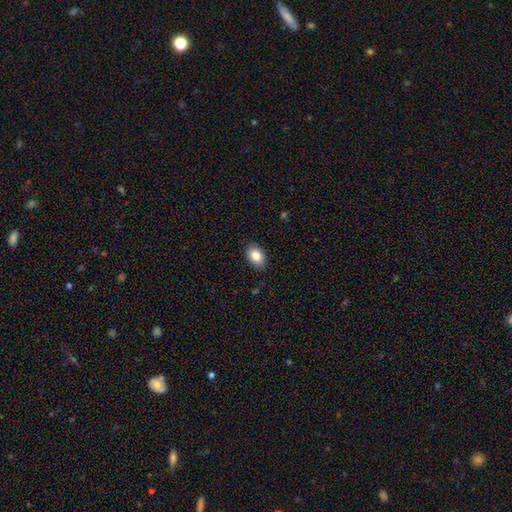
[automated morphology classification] Smooth or featured?
  - smooth: 87% *
  - star or artifact: 8%
  - featured or disk: 5%
How rounded?
  - in between: 87% *
  - round: 12%
  - cigar-shaped: 1%
Merging?
  - none: 87% *
  - minor disturbance: 10%
  - major disturbance: 2%
  - merger: 1%